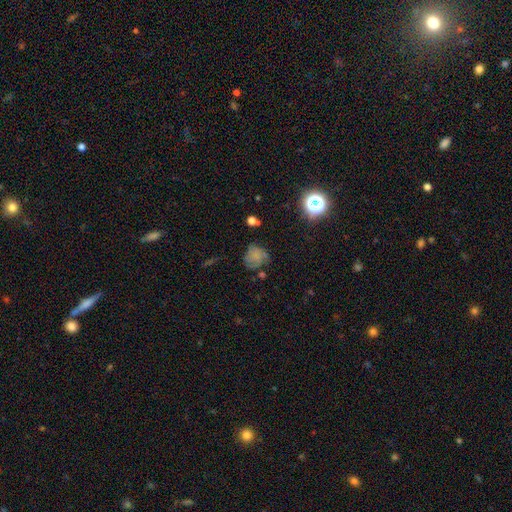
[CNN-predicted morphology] The model was most divided on "merging": none: 53%, minor disturbance: 26%, major disturbance: 16%, merger: 4%. More confident: how rounded — round (73%); smooth or featured — smooth (60%).